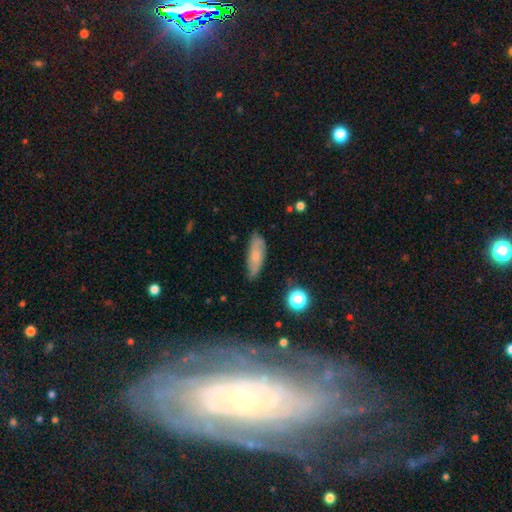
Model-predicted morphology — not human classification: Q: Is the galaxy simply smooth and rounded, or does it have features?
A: smooth — 61%.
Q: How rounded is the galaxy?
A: in between — 66%.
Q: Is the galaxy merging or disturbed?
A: none — 74%.